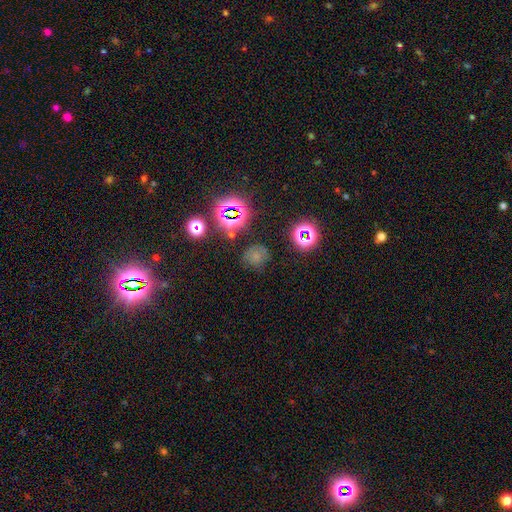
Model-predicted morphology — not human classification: type=smooth (56%); roundness=round (80%); merging=none (71%).